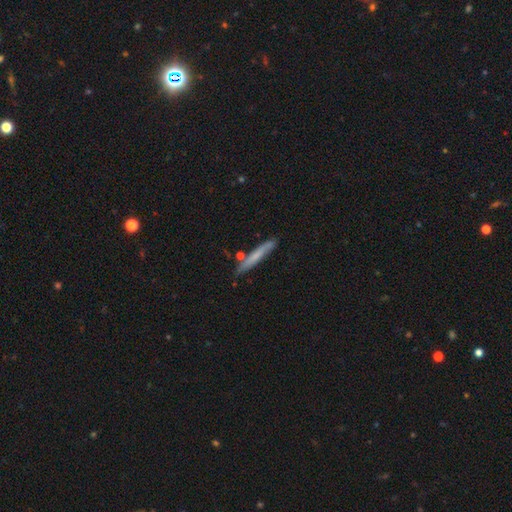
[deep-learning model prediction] The model was most divided on "smooth or featured": smooth: 60%, featured or disk: 34%, star or artifact: 6%. More confident: how rounded — cigar-shaped (95%); merging — none (81%).